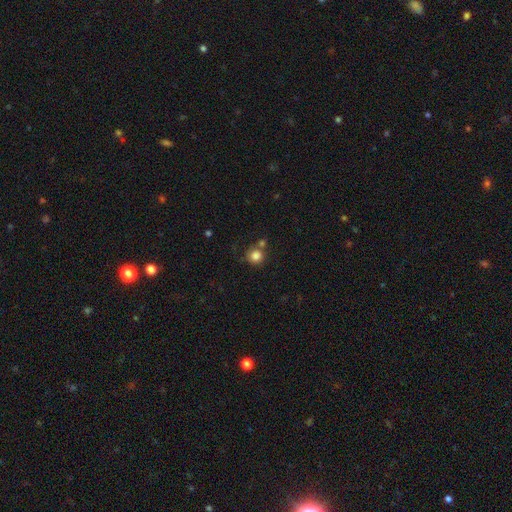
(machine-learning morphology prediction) Q: Smooth or featured?
A: smooth (83%); runner-up: star or artifact (11%)
Q: How rounded?
A: round (92%); runner-up: in between (8%)
Q: Merging?
A: none (68%); runner-up: merger (17%)